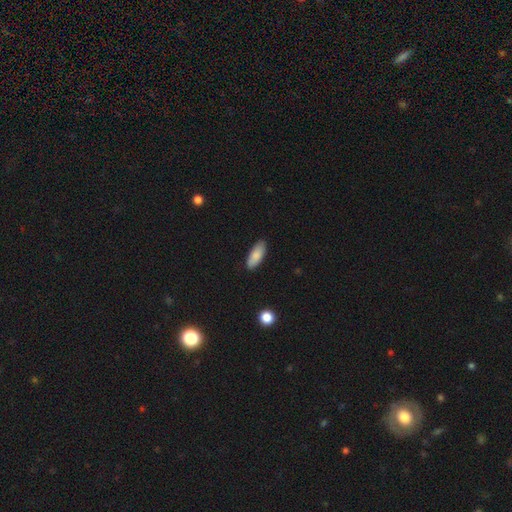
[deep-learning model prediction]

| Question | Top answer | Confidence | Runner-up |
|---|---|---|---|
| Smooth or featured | smooth | 86% | featured or disk (8%) |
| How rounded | in between | 76% | cigar-shaped (22%) |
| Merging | none | 87% | minor disturbance (10%) |